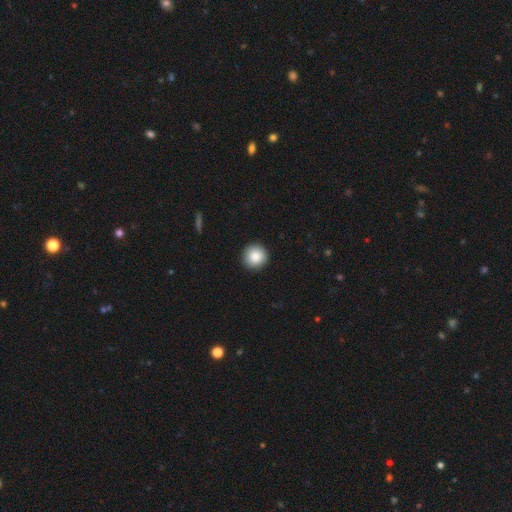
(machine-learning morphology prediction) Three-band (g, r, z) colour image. It shows a smooth galaxy with no disk features (86%) that is round (95%). Merging: none (92%).